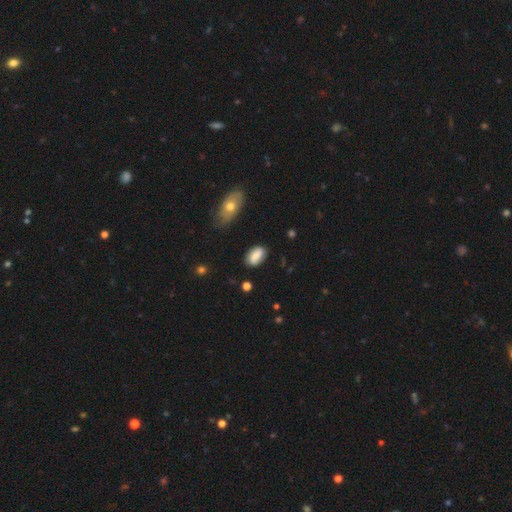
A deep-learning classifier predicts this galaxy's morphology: This is likely a smooth galaxy (77%). How rounded: clearly in between (92%). Merging: likely none (78%).